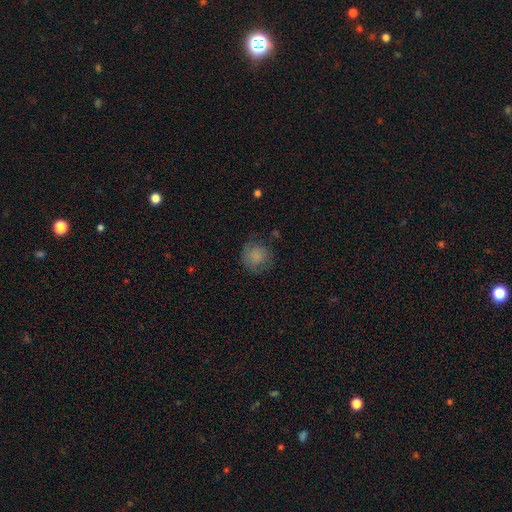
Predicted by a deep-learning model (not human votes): Smooth or featured? smooth (78%)
How rounded? round (88%)
Merging? none (68%)